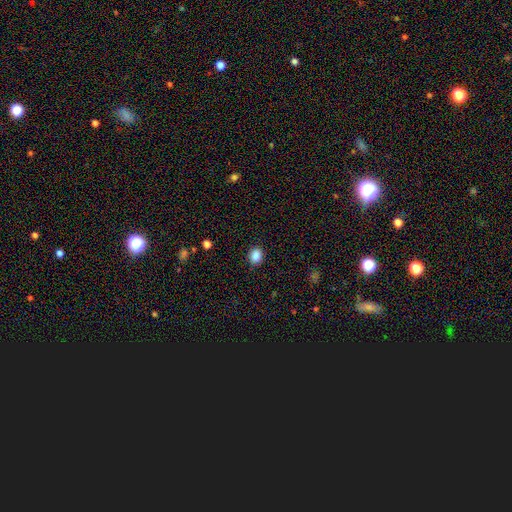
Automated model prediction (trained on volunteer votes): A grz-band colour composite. It shows a smooth galaxy with no disk features (88%) that is in between round and cigar-shaped (52%). Merging: none (88%).